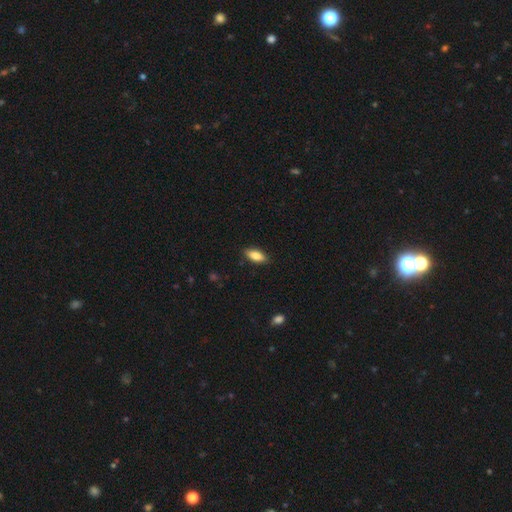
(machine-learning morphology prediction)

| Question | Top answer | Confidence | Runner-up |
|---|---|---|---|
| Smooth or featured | smooth | 84% | featured or disk (9%) |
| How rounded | in between | 85% | cigar-shaped (13%) |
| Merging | none | 88% | minor disturbance (9%) |